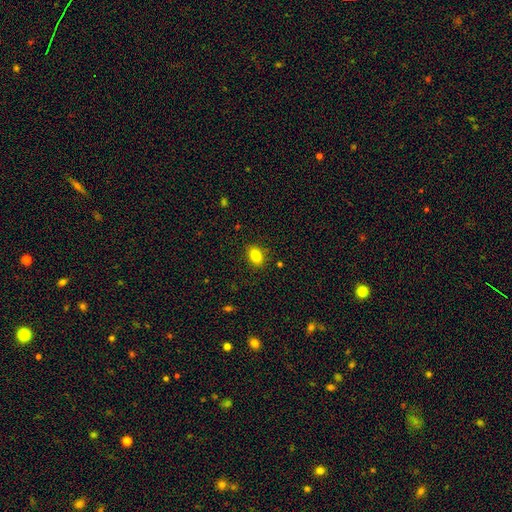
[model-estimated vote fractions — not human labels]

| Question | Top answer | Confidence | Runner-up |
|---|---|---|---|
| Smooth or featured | smooth | 83% | star or artifact (10%) |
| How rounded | in between | 77% | round (22%) |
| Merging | none | 87% | minor disturbance (10%) |